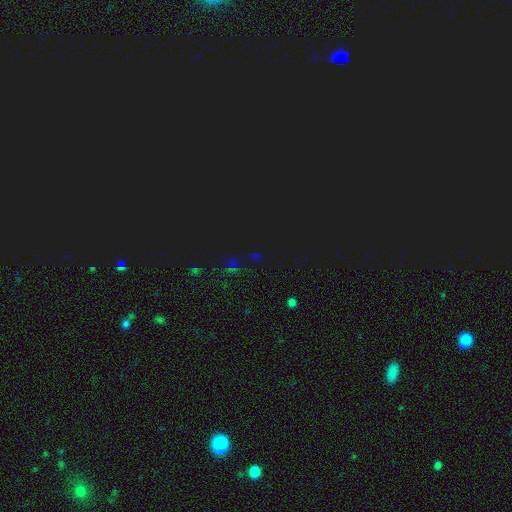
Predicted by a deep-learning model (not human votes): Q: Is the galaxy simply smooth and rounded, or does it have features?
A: star or artifact — 75%.